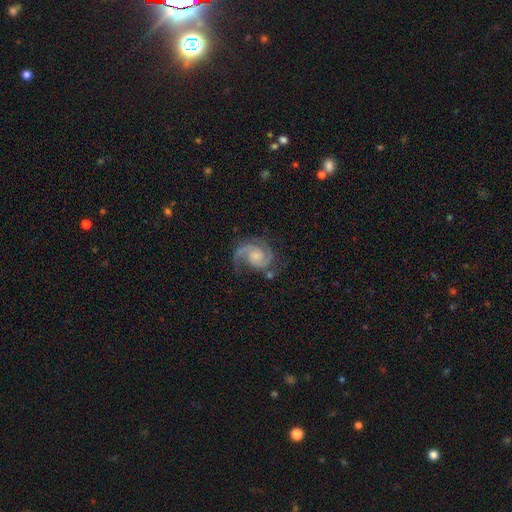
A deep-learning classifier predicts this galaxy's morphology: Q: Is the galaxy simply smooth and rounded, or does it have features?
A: featured or disk — 90%.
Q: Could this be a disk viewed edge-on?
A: no — 98%.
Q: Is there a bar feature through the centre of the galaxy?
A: no — 65%.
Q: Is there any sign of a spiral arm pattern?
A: yes — 98%.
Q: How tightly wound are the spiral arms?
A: medium — 51%.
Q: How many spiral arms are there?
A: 2 — 84%.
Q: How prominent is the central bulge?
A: small — 43%.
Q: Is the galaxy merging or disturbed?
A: none — 70%.